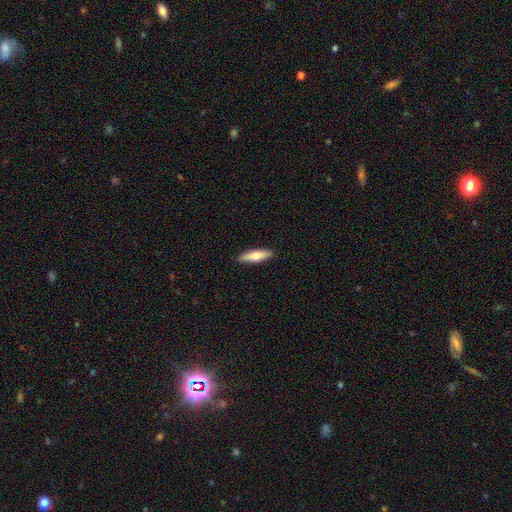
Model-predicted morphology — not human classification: A smooth galaxy with no disk features (68%) that is cigar-shaped (65%). Merging: none (91%).